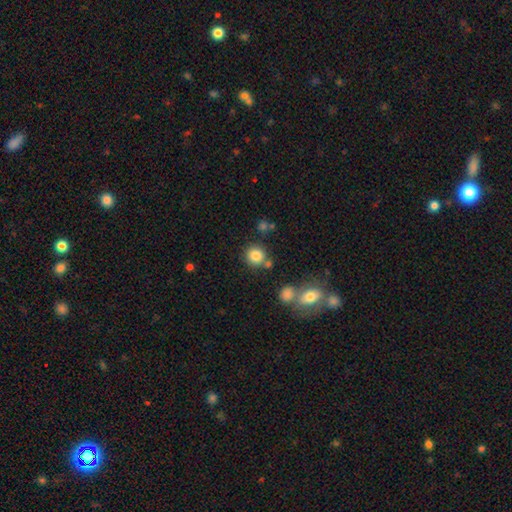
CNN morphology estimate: smooth_or_featured: smooth (p=0.83) [alt: star or artifact p=0.11]
how_rounded: round (p=0.90) [alt: in between p=0.09]
merging: none (p=0.75) [alt: merger p=0.12]